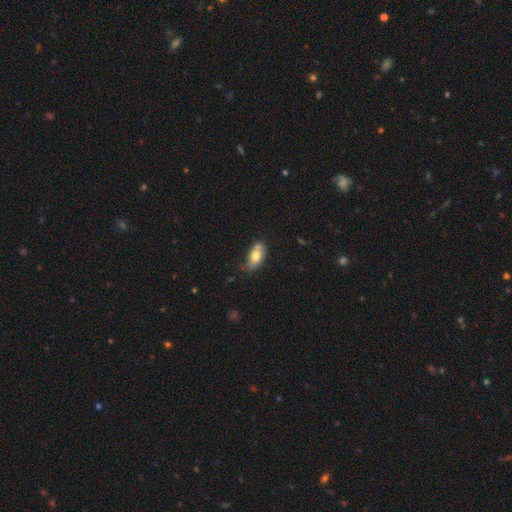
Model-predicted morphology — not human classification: Overall: smooth (72%). How rounded: in between (89%). Merging: none (55%; minor disturbance 27%).